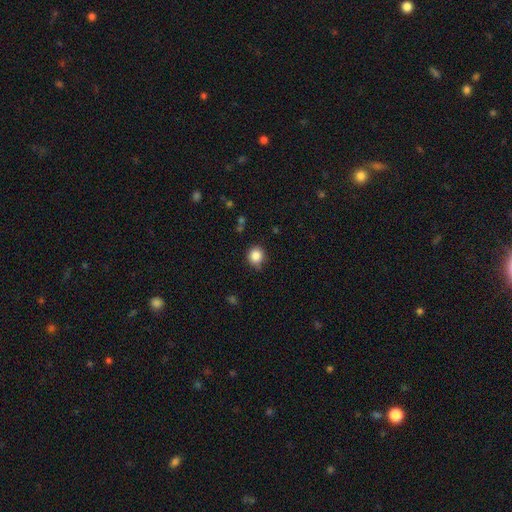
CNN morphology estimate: Smooth or featured? Predicted: smooth (p=0.86). How rounded? Predicted: round (p=0.87). Merging? Predicted: none (p=0.77).